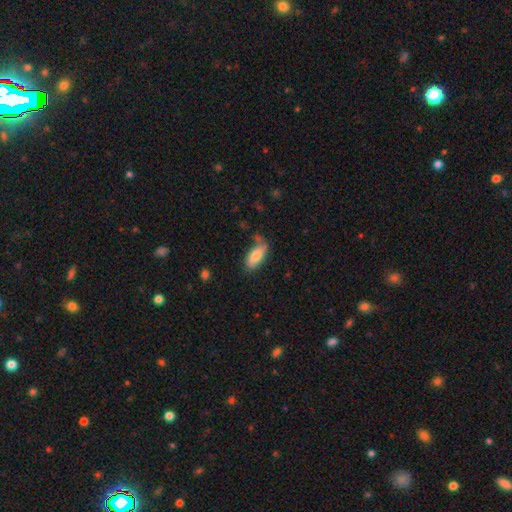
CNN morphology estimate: This is clearly a smooth galaxy (81%). How rounded: clearly in between (85%). Merging: likely none (67%).